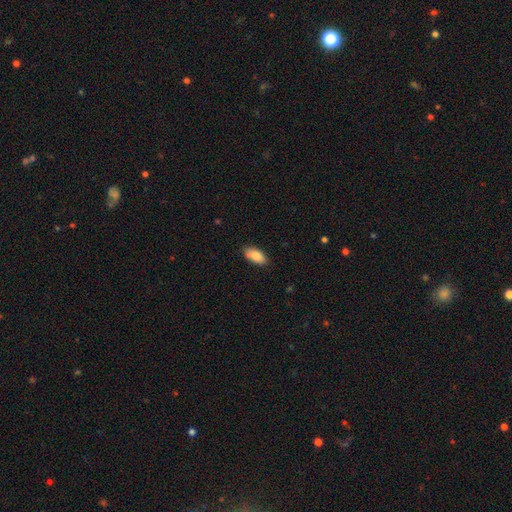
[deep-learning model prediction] This is clearly a smooth galaxy (86%). How rounded: clearly in between (92%). Merging: clearly none (83%).